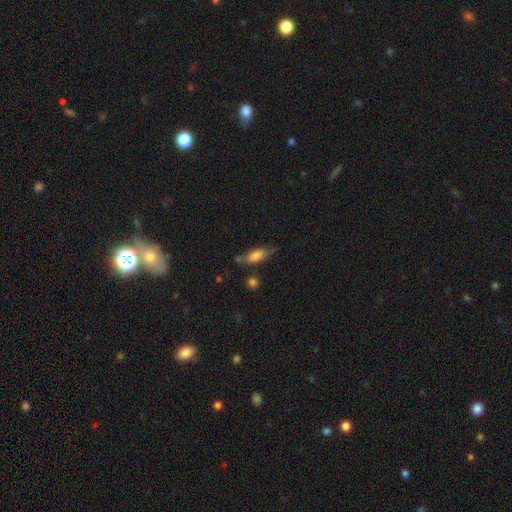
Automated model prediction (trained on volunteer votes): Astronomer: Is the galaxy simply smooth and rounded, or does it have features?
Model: smooth — 71%.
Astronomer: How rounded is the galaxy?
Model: in between — 72%.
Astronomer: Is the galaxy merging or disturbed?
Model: none — 57%.